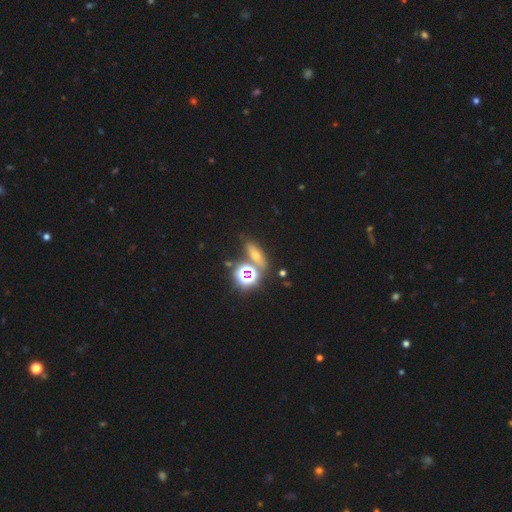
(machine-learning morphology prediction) Smooth or featured: smooth — 45% (star or artifact — 37%)
Merging: none — 72% (merger — 13%)